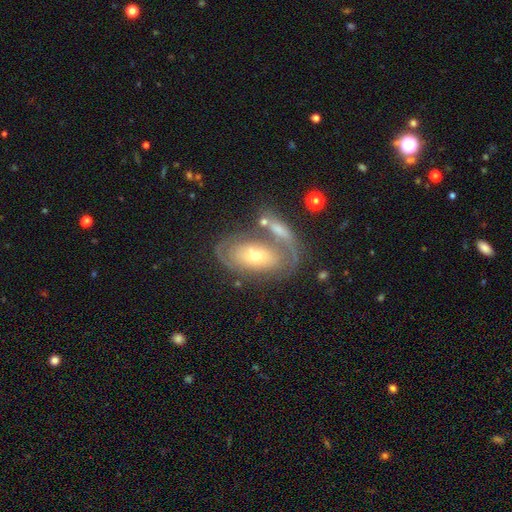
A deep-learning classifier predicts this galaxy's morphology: Q: Smooth or featured?
A: featured or disk (67%); runner-up: smooth (26%)
Q: Edge-on disk?
A: no (91%); runner-up: yes (9%)
Q: Bar?
A: no (77%); runner-up: weak (17%)
Q: Spiral arms?
A: yes (65%); runner-up: no (35%)
Q: Bulge size?
A: small (52%); runner-up: moderate (42%)
Q: Merging?
A: none (49%); runner-up: merger (22%)